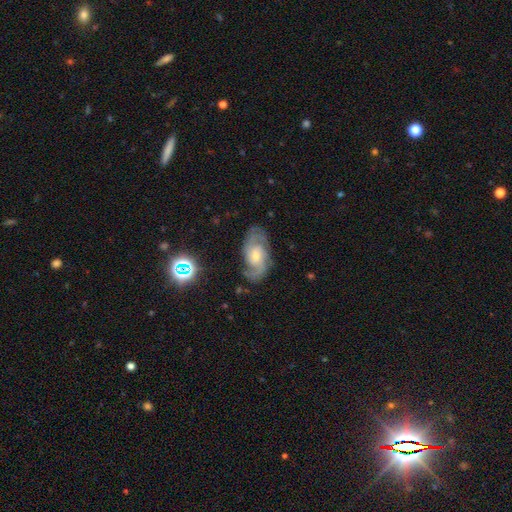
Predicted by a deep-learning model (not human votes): Smooth or featured? featured or disk (82%)
Edge-on disk? no (96%)
Bar? no (59%)
Spiral arms? yes (96%)
Spiral winding? medium (48%)
Spiral arm count? 2 (56%)
Bulge size? small (50%)
Merging? none (72%)